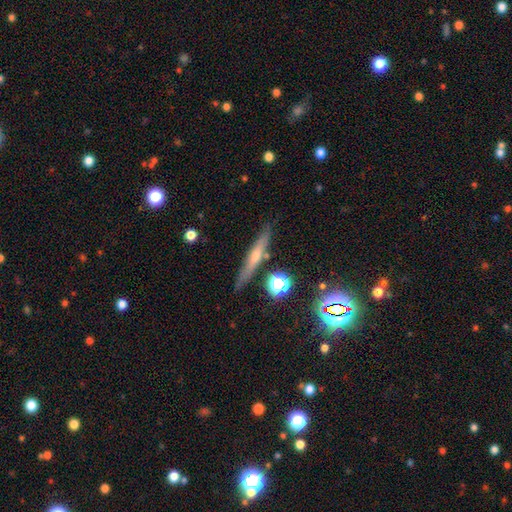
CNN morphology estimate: Smooth or featured: featured or disk — 54% (smooth — 33%)
Edge-on disk: yes — 92% (no — 8%)
Merging: none — 84% (minor disturbance — 10%)